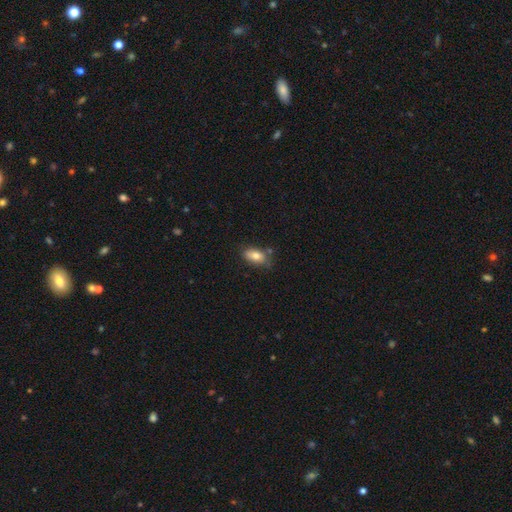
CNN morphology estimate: smooth 77%, featured or disk 15%, star or artifact 8%. Down the decision tree: how rounded — in between (88%); merging — none (70%).